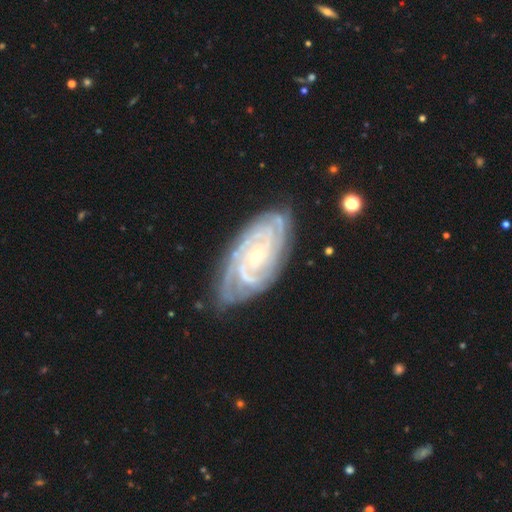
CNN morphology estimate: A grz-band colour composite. It shows a featured or disk galaxy (91%) with no bar (66%), 4 (29%) tight (78%) spiral arms (98%) and a small central bulge (74%). Merging: none (78%).